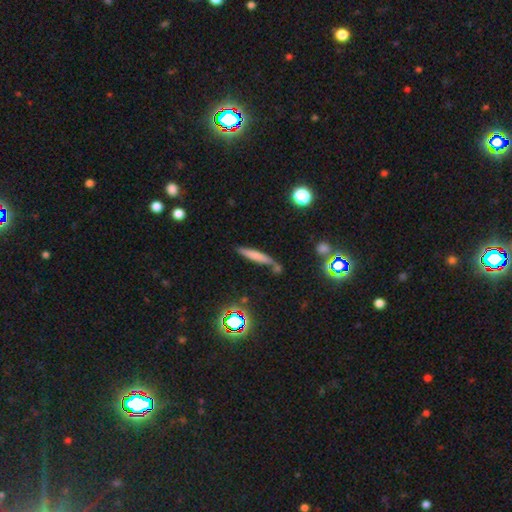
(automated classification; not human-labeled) Morphology: type=smooth (64%); roundness=cigar-shaped (87%); merging=none (61%).